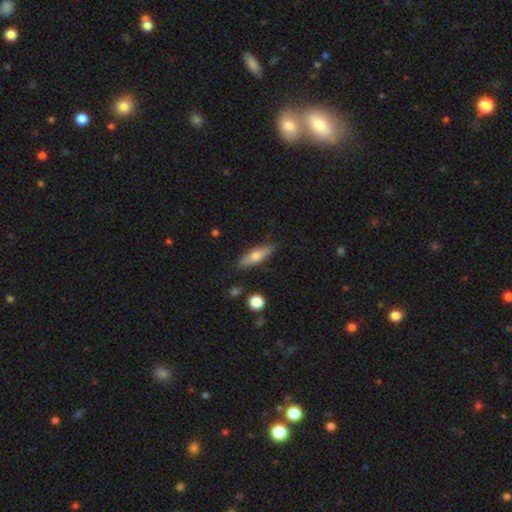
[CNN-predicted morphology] Smooth or featured?
  - smooth: 66% *
  - featured or disk: 28%
  - star or artifact: 6%
How rounded?
  - in between: 50% *
  - cigar-shaped: 47%
  - round: 3%
Merging?
  - none: 81% *
  - minor disturbance: 14%
  - major disturbance: 3%
  - merger: 2%